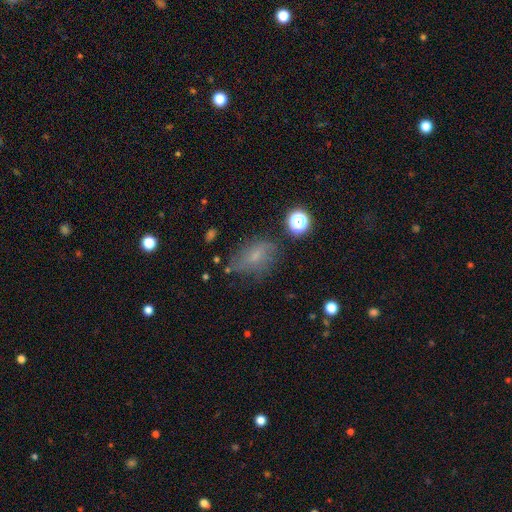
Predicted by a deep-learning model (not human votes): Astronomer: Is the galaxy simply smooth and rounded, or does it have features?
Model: smooth — 53%.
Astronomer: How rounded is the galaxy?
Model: in between — 73%.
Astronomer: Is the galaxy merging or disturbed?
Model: none — 58%.